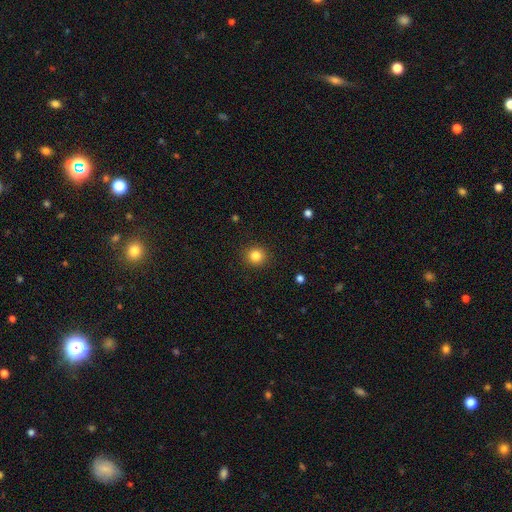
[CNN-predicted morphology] Smooth or featured?
  - smooth: 83% *
  - star or artifact: 12%
  - featured or disk: 5%
How rounded?
  - round: 92% *
  - in between: 7%
  - cigar-shaped: 1%
Merging?
  - none: 91% *
  - minor disturbance: 6%
  - major disturbance: 2%
  - merger: 1%